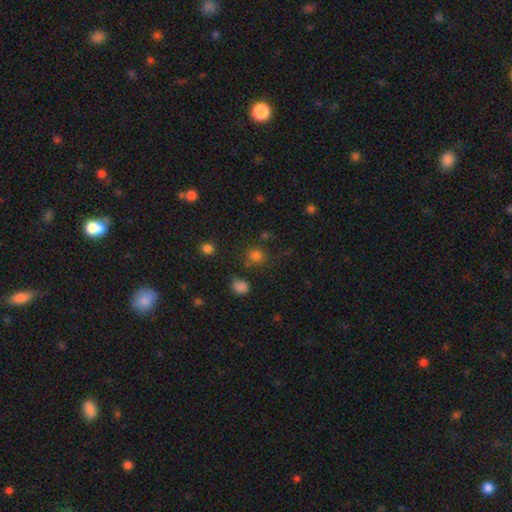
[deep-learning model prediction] Q: Smooth or featured?
A: smooth (76%); runner-up: star or artifact (18%)
Q: How rounded?
A: round (85%); runner-up: in between (14%)
Q: Merging?
A: none (73%); runner-up: minor disturbance (13%)